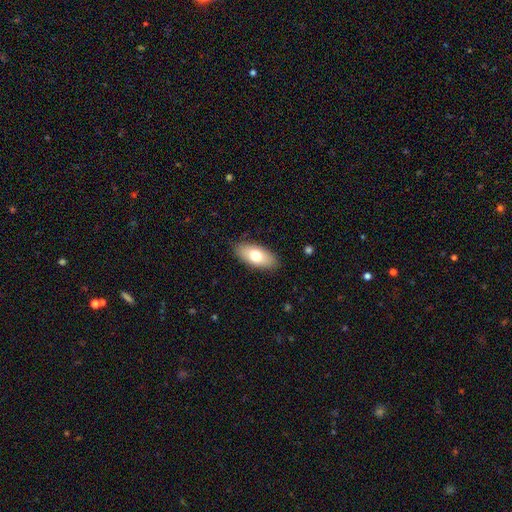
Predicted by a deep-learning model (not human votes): Smooth or featured? smooth (72%)
How rounded? in between (88%)
Merging? none (86%)